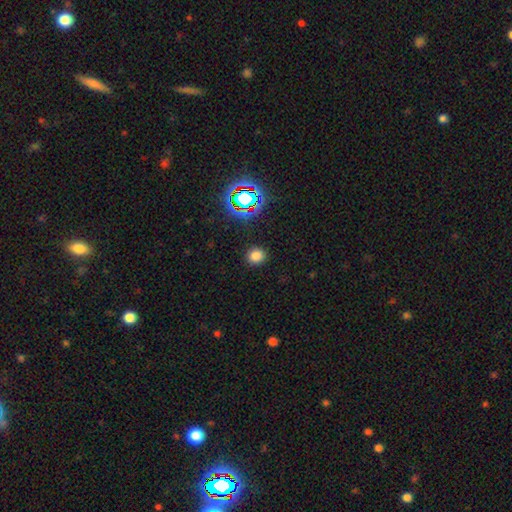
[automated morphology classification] smooth-or-featured: smooth: 76% | star or artifact: 19% | featured or disk: 5%
  how-rounded: round: 80% | in between: 19% | cigar-shaped: 1%
  merging: none: 89% | minor disturbance: 7% | major disturbance: 3% | merger: 1%